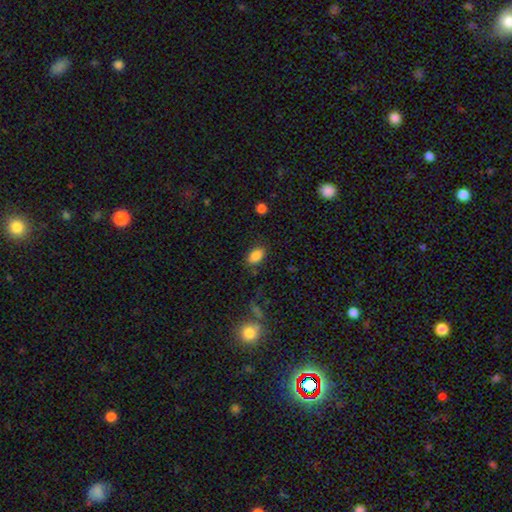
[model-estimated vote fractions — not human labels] Smooth or featured? smooth (85%)
How rounded? in between (89%)
Merging? none (83%)